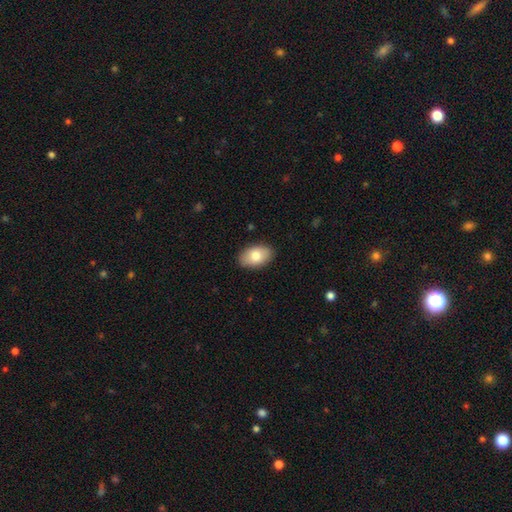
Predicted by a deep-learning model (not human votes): Overall: smooth (80%). How rounded: in between (92%). Merging: none (88%).